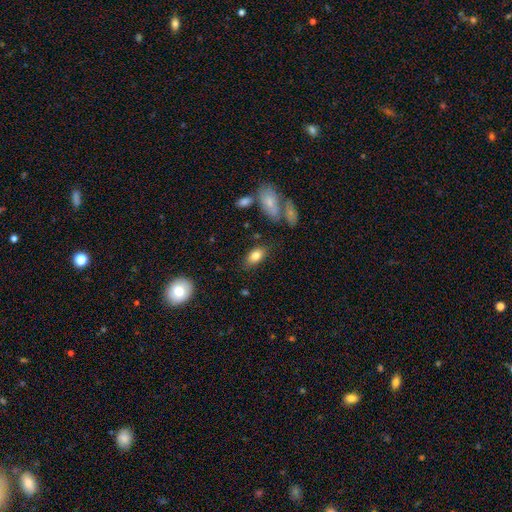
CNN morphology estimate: Smooth or featured: smooth — 82% (featured or disk — 10%)
How rounded: in between — 90% (round — 7%)
Merging: none — 78% (minor disturbance — 14%)